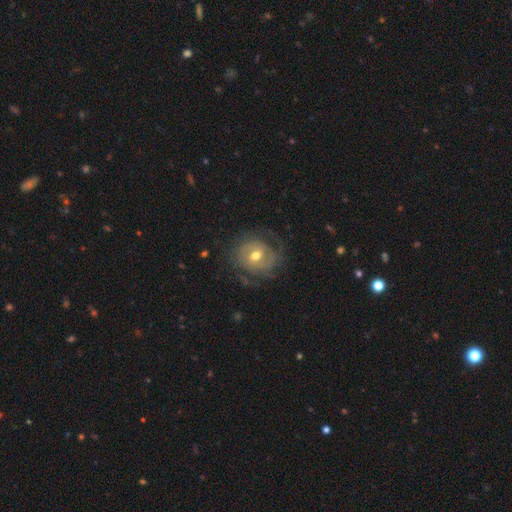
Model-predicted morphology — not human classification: Smooth or featured: featured or disk — 65% (smooth — 27%)
Edge-on disk: no — 97% (yes — 3%)
Bar: no — 58% (weak — 33%)
Spiral arms: yes — 72% (no — 28%)
Bulge size: moderate — 71% (small — 23%)
Merging: none — 63% (minor disturbance — 20%)